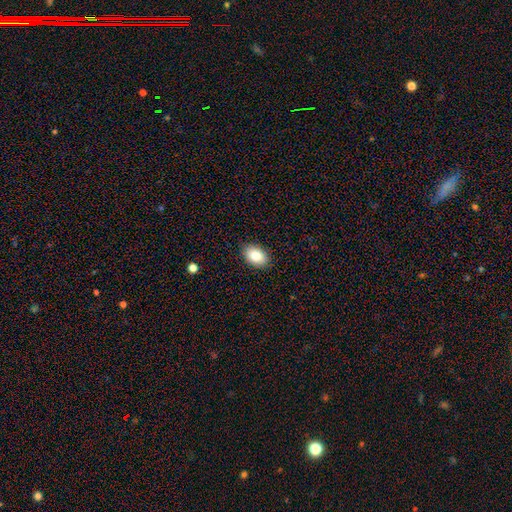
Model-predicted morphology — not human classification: Q: Smooth or featured?
A: smooth (83%); runner-up: featured or disk (9%)
Q: How rounded?
A: in between (82%); runner-up: round (17%)
Q: Merging?
A: none (88%); runner-up: minor disturbance (9%)